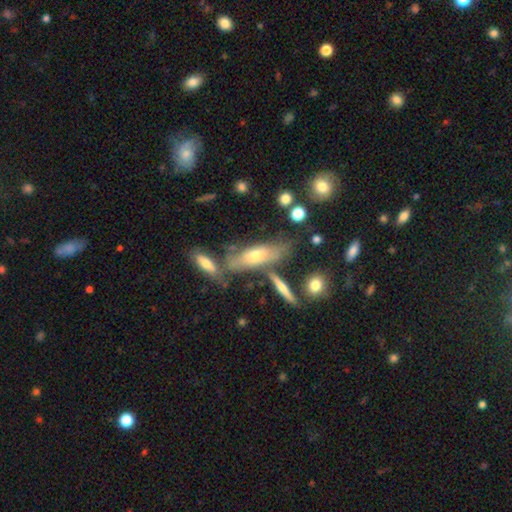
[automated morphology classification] Overall: featured or disk (46%; smooth 44%). Merging: none (52%; minor disturbance 20%).